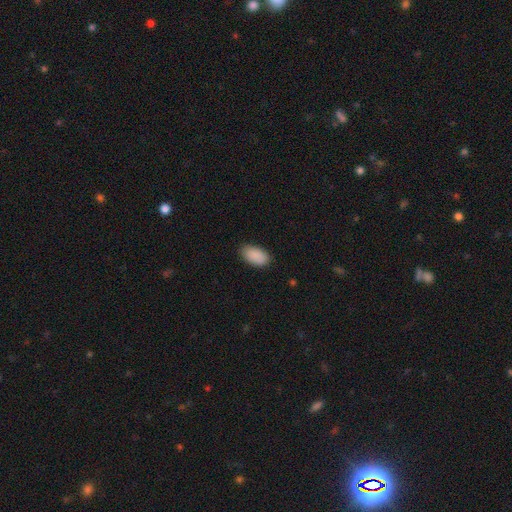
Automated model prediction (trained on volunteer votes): Q: Smooth or featured?
A: smooth (91%); runner-up: star or artifact (7%)
Q: How rounded?
A: in between (95%); runner-up: round (3%)
Q: Merging?
A: none (85%); runner-up: minor disturbance (12%)